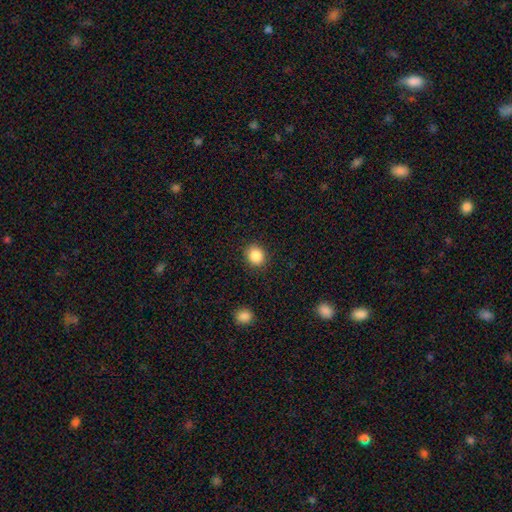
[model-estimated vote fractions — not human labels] Smooth or featured: smooth — 87% (star or artifact — 9%)
How rounded: round — 72% (in between — 28%)
Merging: none — 89% (minor disturbance — 7%)